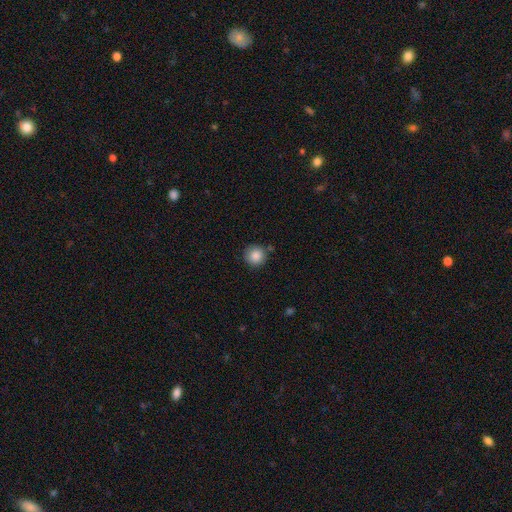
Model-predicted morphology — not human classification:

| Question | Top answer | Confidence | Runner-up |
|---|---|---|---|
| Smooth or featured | smooth | 87% | star or artifact (9%) |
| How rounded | round | 94% | in between (5%) |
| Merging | none | 83% | minor disturbance (11%) |